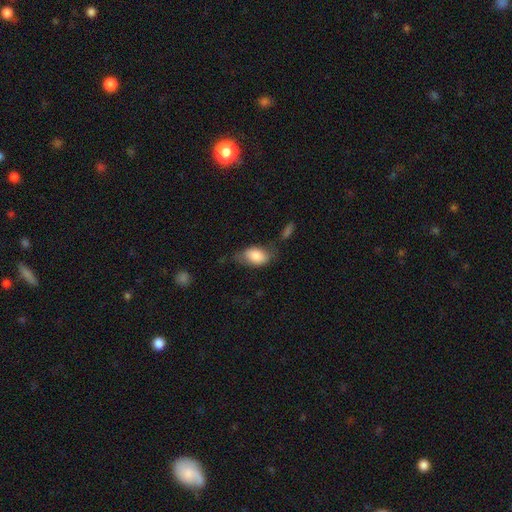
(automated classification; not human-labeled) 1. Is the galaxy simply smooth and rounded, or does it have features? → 80% smooth, 14% featured or disk, 6% star or artifact.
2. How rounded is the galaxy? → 91% in between, 7% round, 2% cigar-shaped.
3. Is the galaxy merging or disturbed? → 49% none, 31% minor disturbance, 13% major disturbance, 7% merger.